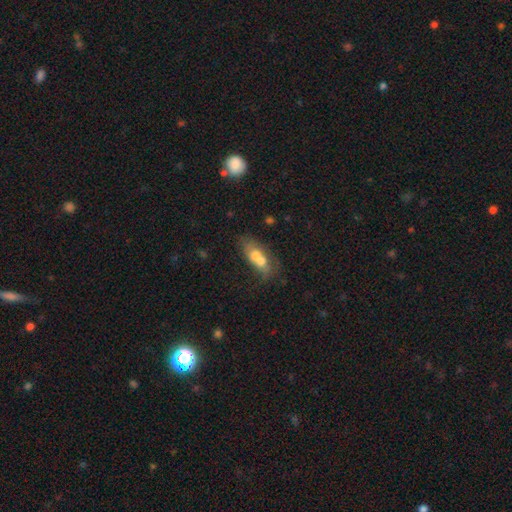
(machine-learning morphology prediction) A smooth galaxy with no disk features (62%) that is in between round and cigar-shaped (71%). Merging: merger (59%).